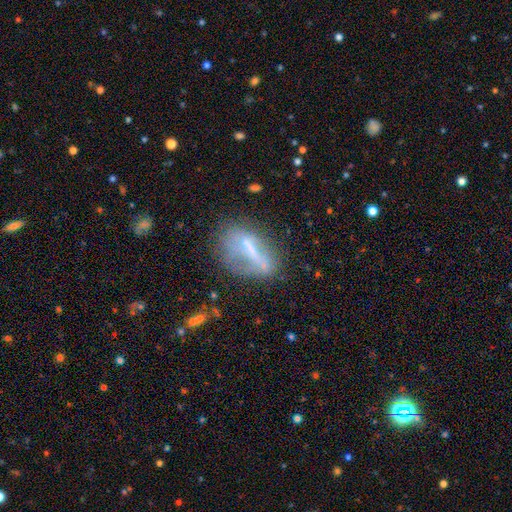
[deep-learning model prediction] Smooth or featured? Predicted: featured or disk (p=0.52). Edge-on disk? Predicted: no (p=0.81). Merging? Predicted: none (p=0.49).